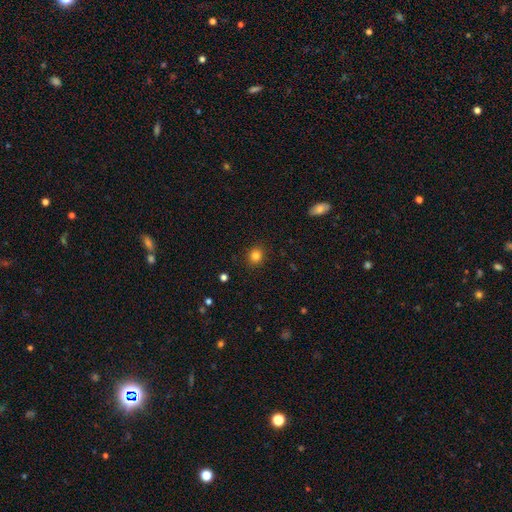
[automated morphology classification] Smooth or featured: smooth — 82% (star or artifact — 12%)
How rounded: round — 83% (in between — 16%)
Merging: none — 90% (minor disturbance — 6%)